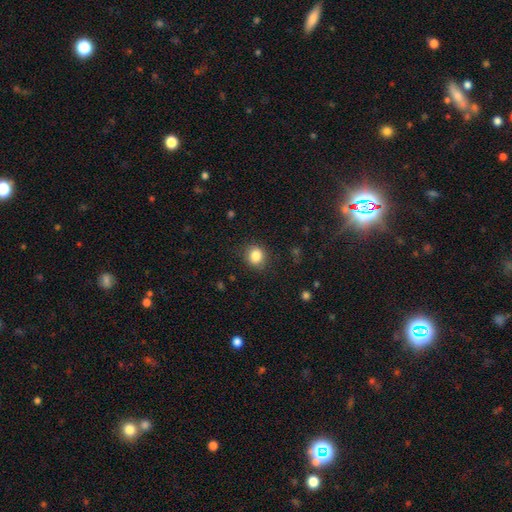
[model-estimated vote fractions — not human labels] This is clearly a smooth galaxy (84%). How rounded: likely round (76%). Merging: clearly none (86%).